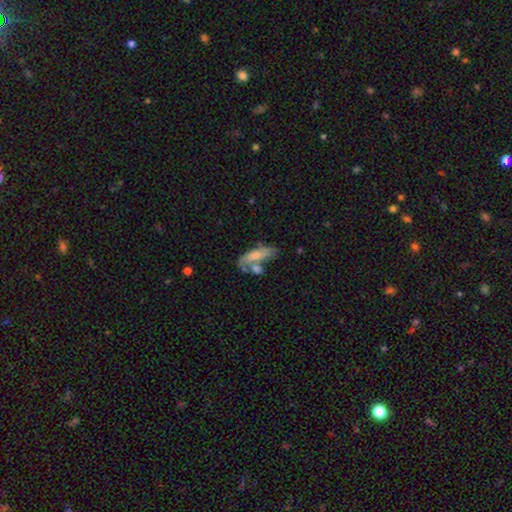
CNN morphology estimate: A smooth galaxy with no disk features (66%) that is in between round and cigar-shaped (55%). Merging: none (39%).